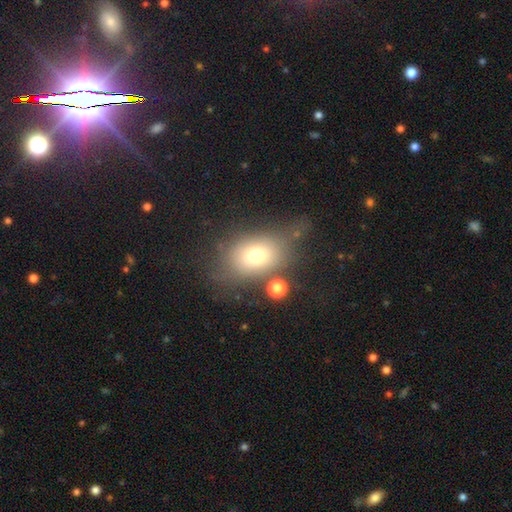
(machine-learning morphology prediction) type=smooth (70%); roundness=in between (70%); merging=none (53%).